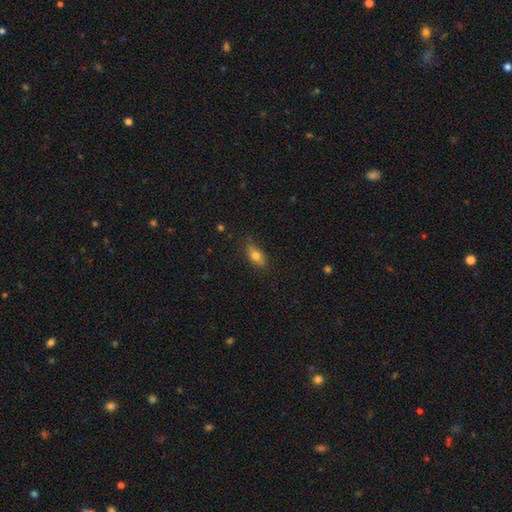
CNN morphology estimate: Smooth or featured?
  - smooth: 77% *
  - featured or disk: 14%
  - star or artifact: 9%
How rounded?
  - in between: 82% *
  - cigar-shaped: 9%
  - round: 9%
Merging?
  - none: 71% *
  - minor disturbance: 22%
  - major disturbance: 5%
  - merger: 2%